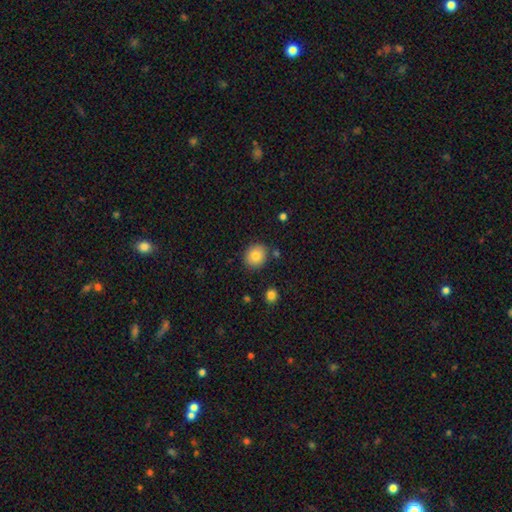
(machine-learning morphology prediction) smooth 82%, star or artifact 9%, featured or disk 9%. Down the decision tree: how rounded — round (76%); merging — none (85%).